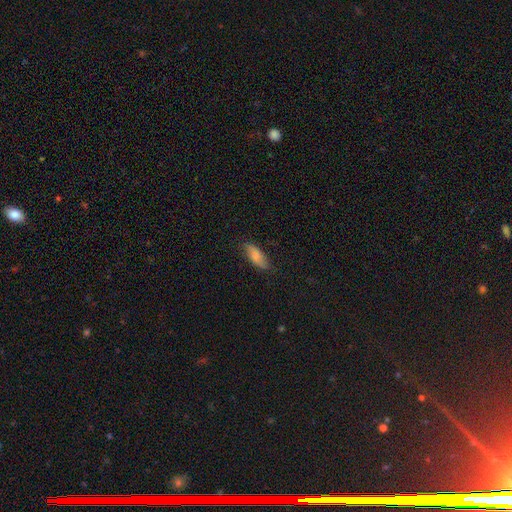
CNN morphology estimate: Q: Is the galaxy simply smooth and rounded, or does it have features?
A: smooth — 78%.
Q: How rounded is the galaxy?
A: in between — 74%.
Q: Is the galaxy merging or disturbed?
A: none — 74%.